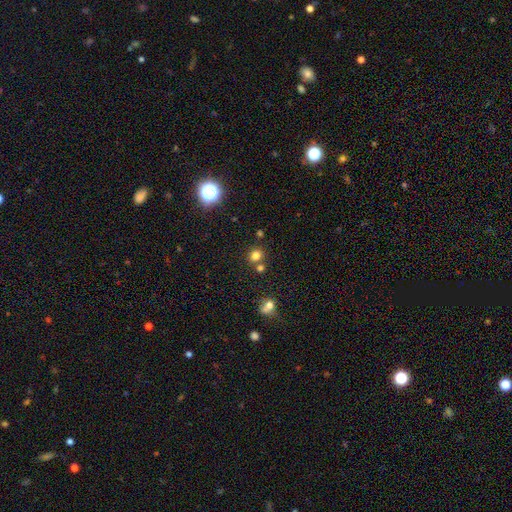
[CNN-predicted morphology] type=smooth (75%); roundness=round (86%); merging=none (73%).